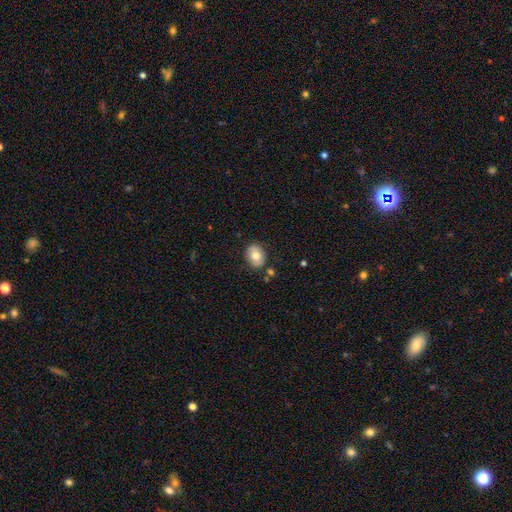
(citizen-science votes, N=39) This is likely a smooth galaxy (64%). How rounded: likely round (60%). Merging: likely none (75%).